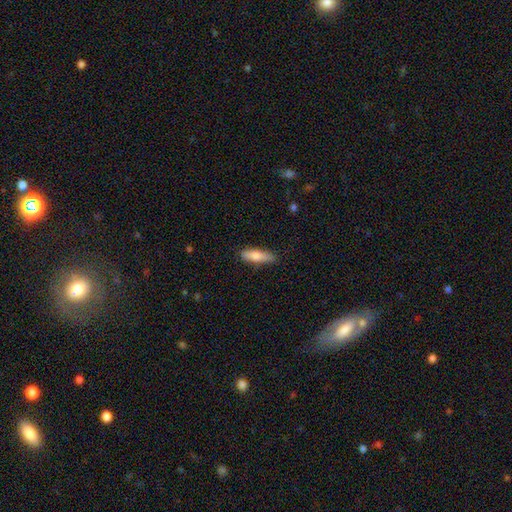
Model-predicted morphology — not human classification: The model was most divided on "how rounded": cigar-shaped: 58%, in between: 40%, round: 2%. More confident: merging — none (82%); smooth or featured — smooth (77%).